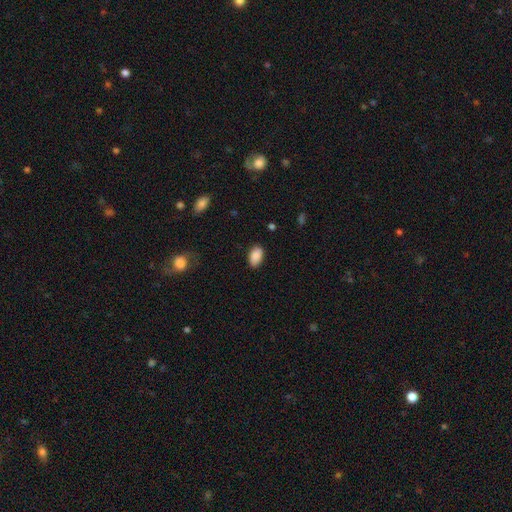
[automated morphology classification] Smooth or featured?
  - smooth: 89% *
  - star or artifact: 7%
  - featured or disk: 4%
How rounded?
  - in between: 93% *
  - round: 5%
  - cigar-shaped: 2%
Merging?
  - none: 83% *
  - minor disturbance: 13%
  - major disturbance: 3%
  - merger: 1%